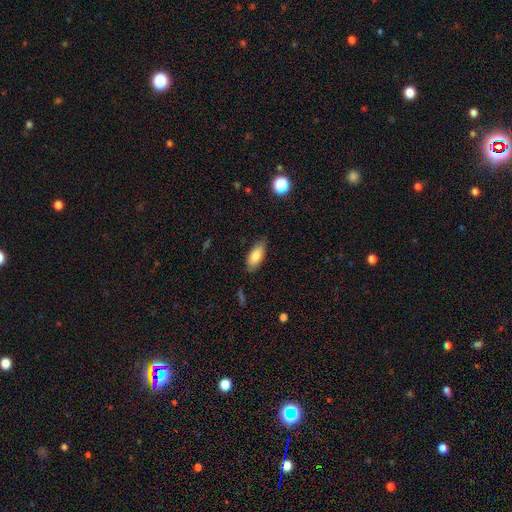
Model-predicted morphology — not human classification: This appears to be a smooth galaxy with no disk features (83%) that is in between round and cigar-shaped (85%). Merging: none (80%).